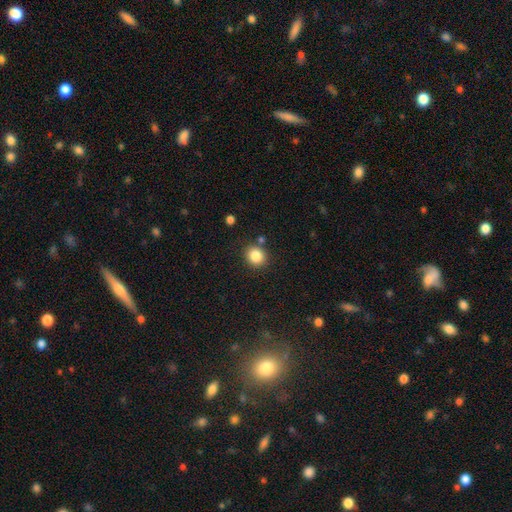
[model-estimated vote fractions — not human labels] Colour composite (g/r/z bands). It shows a smooth galaxy with no disk features (85%) that is round (80%). Merging: none (84%).